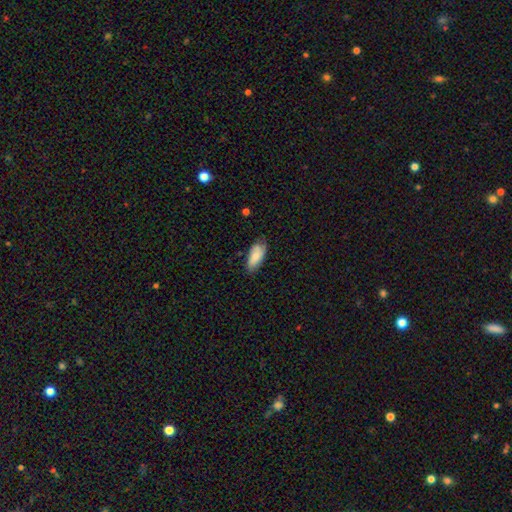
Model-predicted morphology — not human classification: This is likely a smooth galaxy (79%). How rounded: clearly in between (84%). Merging: likely none (66%).